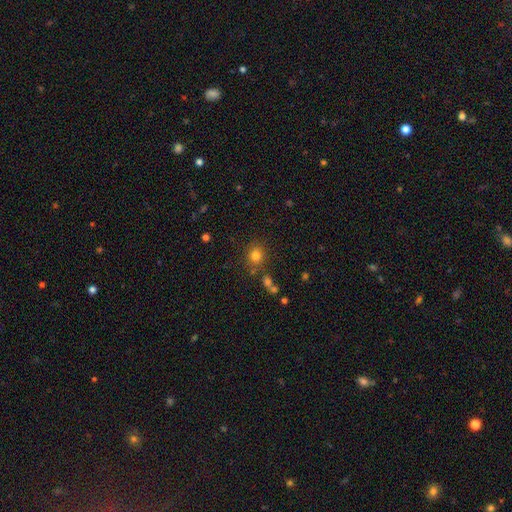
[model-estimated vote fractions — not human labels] Morphology: type=smooth (77%); roundness=round (78%); merging=none (78%).